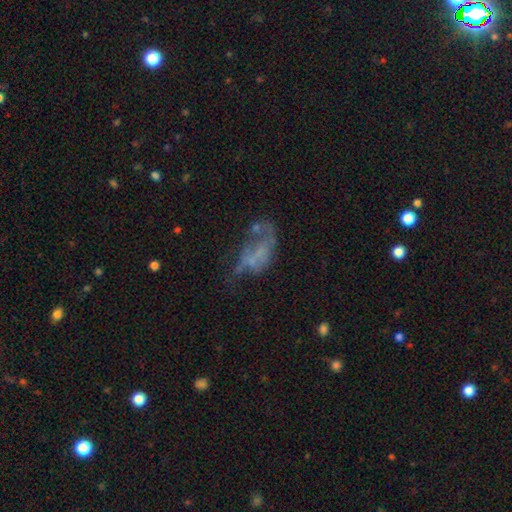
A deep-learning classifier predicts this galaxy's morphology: Smooth or featured?
  - featured or disk: 52% *
  - smooth: 32%
  - star or artifact: 17%
Edge-on disk?
  - no: 96% *
  - yes: 4%
Merging?
  - major disturbance: 43% *
  - none: 25%
  - minor disturbance: 20%
  - merger: 12%